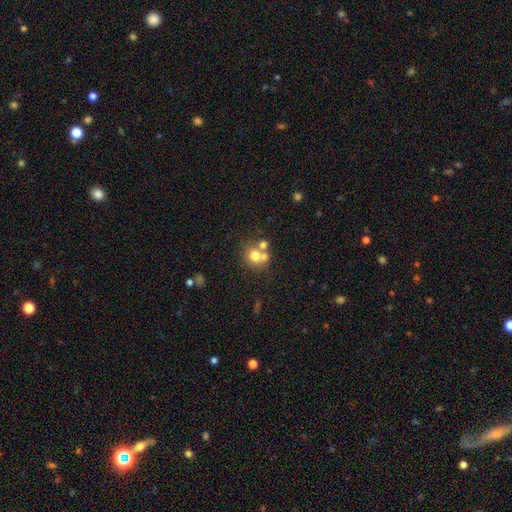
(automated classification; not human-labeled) Overall: smooth (69%). How rounded: round (81%). Merging: none (48%; merger 40%).